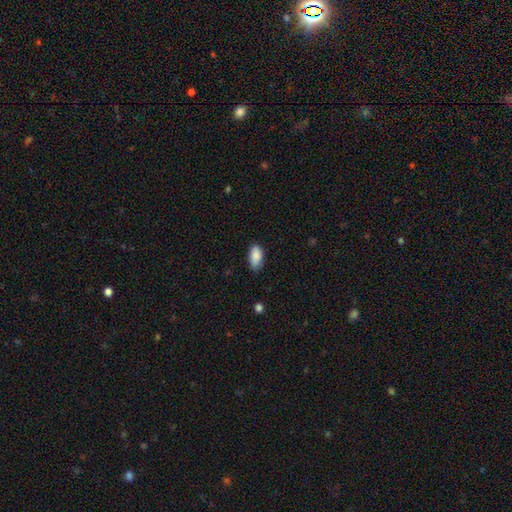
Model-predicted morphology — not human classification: A smooth galaxy with no disk features (87%) that is in between round and cigar-shaped (92%). Merging: none (74%).